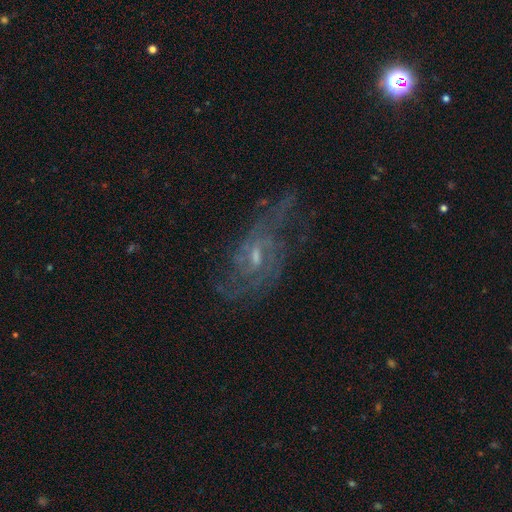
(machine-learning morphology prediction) type=featured or disk (71%); edge-on=no (93%); bar=weak (46%); spiral arms=yes (82%); winding=medium (41%); arm count=can't tell (39%); bulge=small (57%); merging=none (57%).